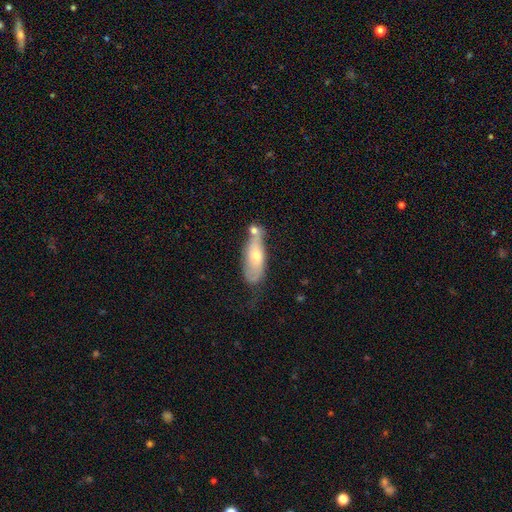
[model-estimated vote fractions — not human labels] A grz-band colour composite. It shows a smooth galaxy with no disk features (53%) that is in between round and cigar-shaped (66%). Merging: none (36%).